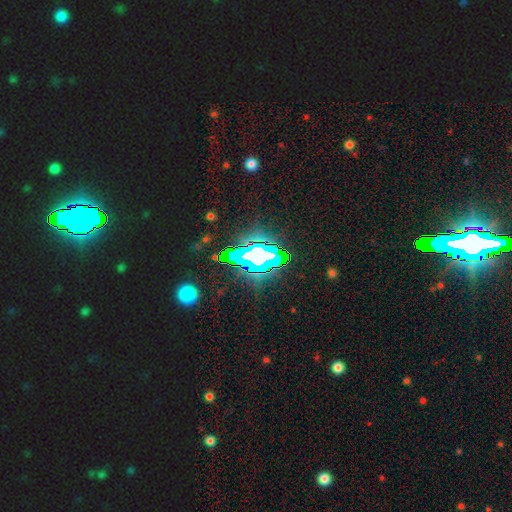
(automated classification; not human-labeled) Smooth or featured? star or artifact (65%)